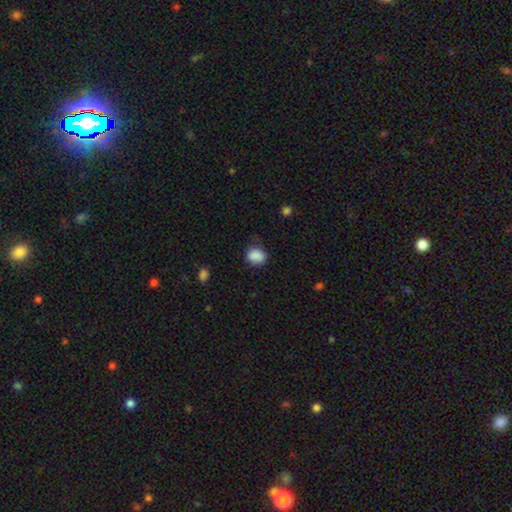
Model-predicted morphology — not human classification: Smooth or featured? Predicted: smooth (p=0.88). How rounded? Predicted: round (p=0.60). Merging? Predicted: none (p=0.73).